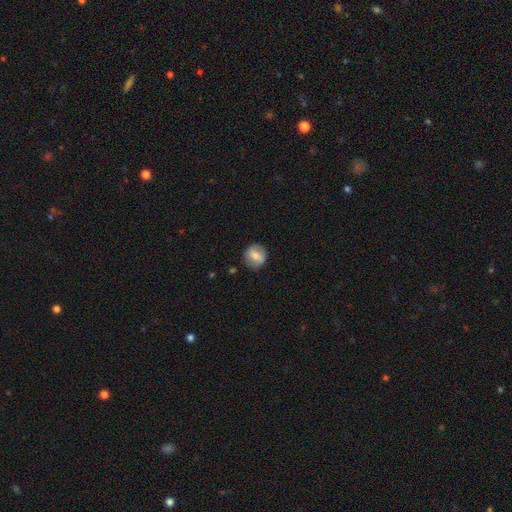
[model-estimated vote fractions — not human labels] Q: Smooth or featured?
A: smooth (64%); runner-up: featured or disk (29%)
Q: How rounded?
A: round (84%); runner-up: in between (15%)
Q: Merging?
A: none (83%); runner-up: minor disturbance (12%)